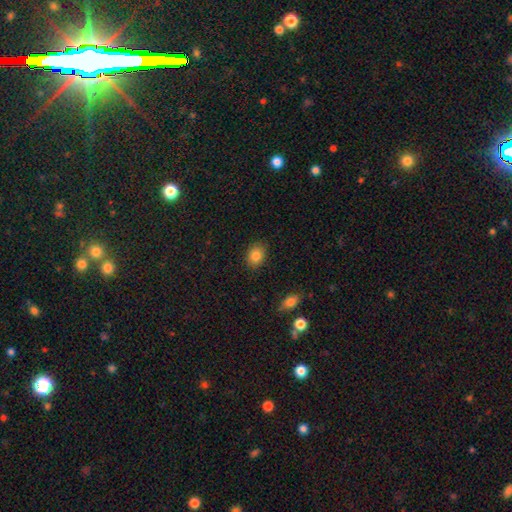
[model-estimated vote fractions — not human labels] Smooth or featured? smooth (84%)
How rounded? in between (59%)
Merging? none (87%)